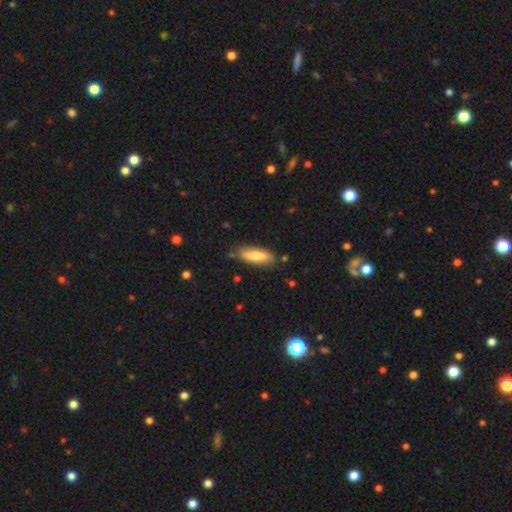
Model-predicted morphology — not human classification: Smooth or featured?
  - smooth: 73% *
  - featured or disk: 21%
  - star or artifact: 6%
How rounded?
  - in between: 50% *
  - cigar-shaped: 48%
  - round: 2%
Merging?
  - none: 81% *
  - minor disturbance: 14%
  - major disturbance: 3%
  - merger: 2%